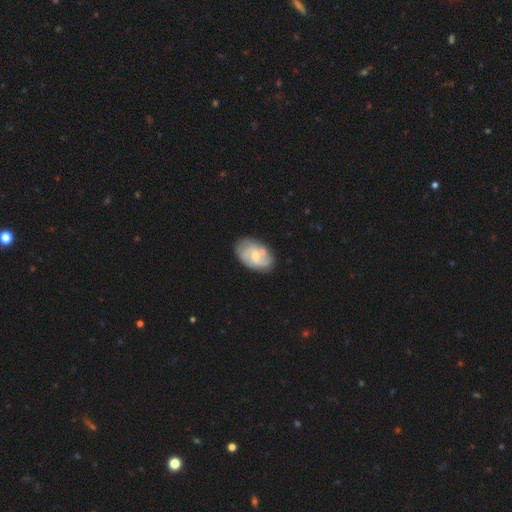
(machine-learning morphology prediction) This appears to be a featured or disk galaxy (60%) with no bar (54%), spiral arms (78%) and a small central bulge (54%). Merging: none (67%).